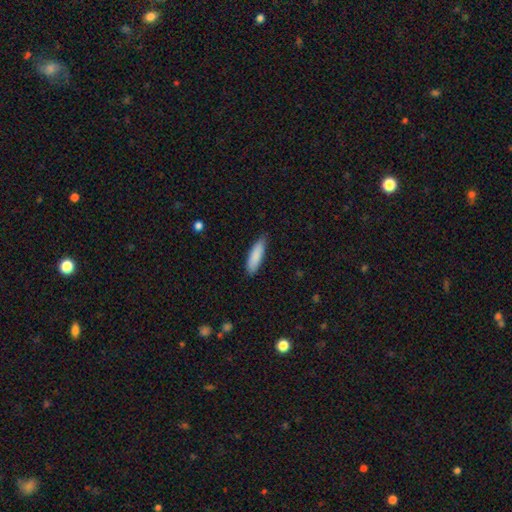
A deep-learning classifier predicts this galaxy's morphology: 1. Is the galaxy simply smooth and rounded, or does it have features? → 86% smooth, 8% featured or disk, 6% star or artifact.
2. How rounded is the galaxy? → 61% cigar-shaped, 38% in between, 1% round.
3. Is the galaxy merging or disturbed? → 81% none, 16% minor disturbance, 2% major disturbance, 1% merger.